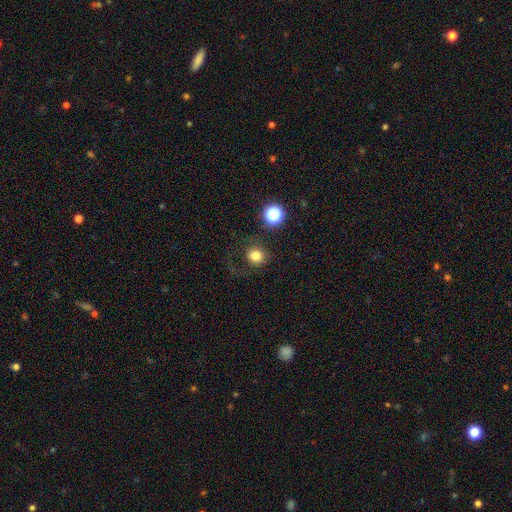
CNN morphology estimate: This appears to be a smooth galaxy with no disk features (78%) that is round (89%). Merging: none (73%).